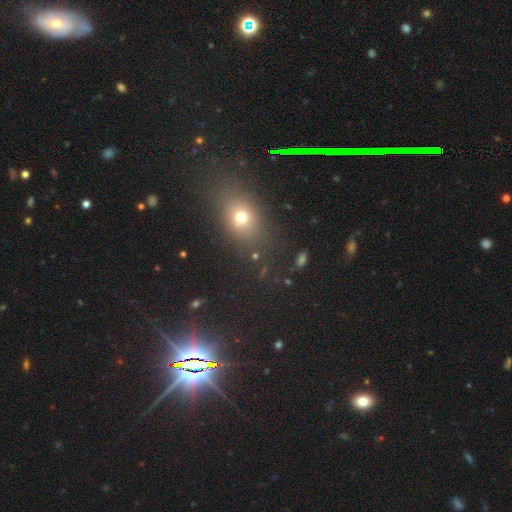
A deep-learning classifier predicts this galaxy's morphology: type=smooth (54%); roundness=in between (55%); merging=none (81%).